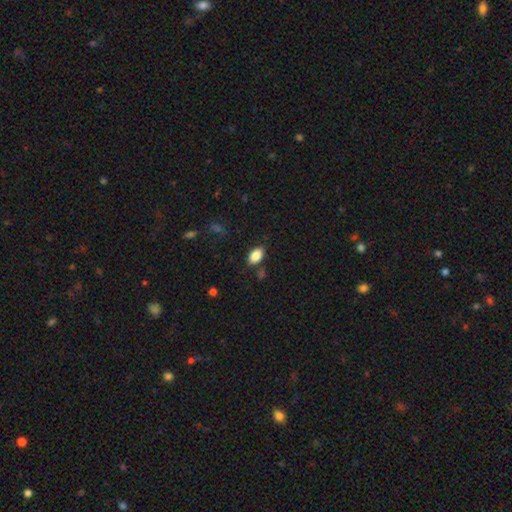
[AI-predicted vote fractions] Smooth or featured? smooth (87%)
How rounded? in between (92%)
Merging? none (82%)